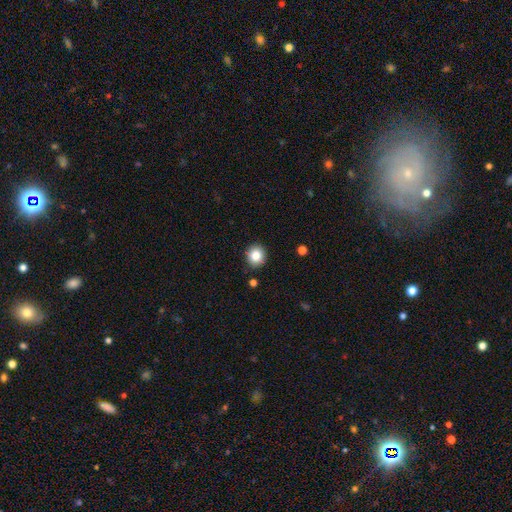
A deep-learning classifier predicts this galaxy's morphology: smooth-or-featured: smooth: 84% | star or artifact: 10% | featured or disk: 6%
  how-rounded: round: 85% | in between: 14% | cigar-shaped: 1%
  merging: none: 89% | minor disturbance: 7% | major disturbance: 2% | merger: 2%